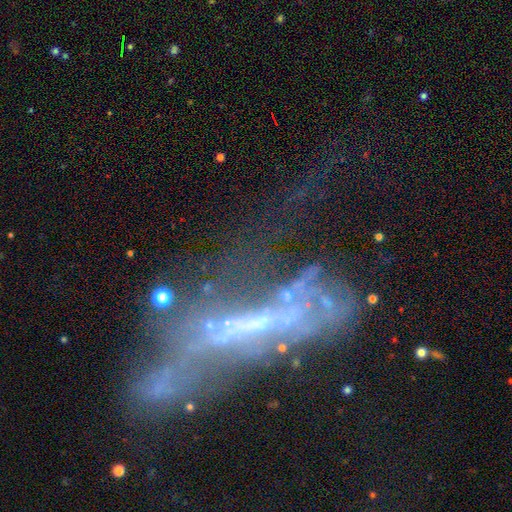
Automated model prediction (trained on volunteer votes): The model was most divided on "edge-on disk": no: 60%, yes: 40%. Remaining: smooth or featured — featured or disk (69%); merging — major disturbance (45%).